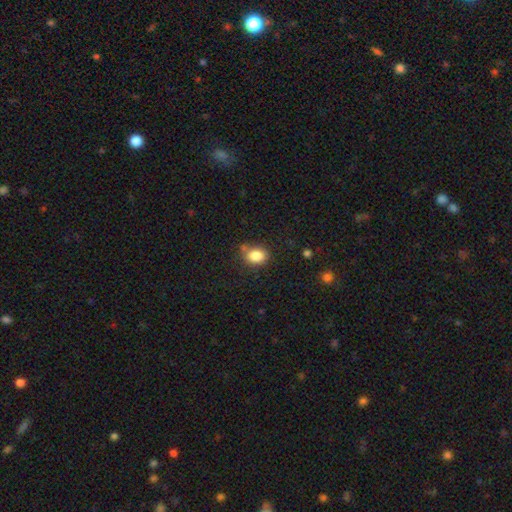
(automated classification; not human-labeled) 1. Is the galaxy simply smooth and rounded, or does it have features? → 85% smooth, 10% star or artifact, 6% featured or disk.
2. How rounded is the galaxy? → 62% in between, 37% round, 1% cigar-shaped.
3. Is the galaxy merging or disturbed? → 73% none, 15% minor disturbance, 7% merger, 4% major disturbance.